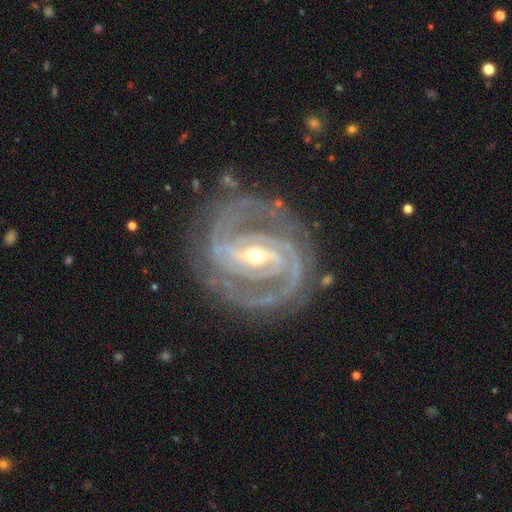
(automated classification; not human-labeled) smooth-or-featured: featured or disk: 93% | star or artifact: 5% | smooth: 3%
  disk-edge-on: no: 97% | yes: 3%
    bar: strong: 62% | weak: 29% | no: 9%
    has-spiral-arms: yes: 98% | no: 2%
      spiral-winding: tight: 65% | medium: 32% | loose: 4%
      spiral-arm-count: 2: 65% | 3: 18% | can't tell: 6% | 4: 5% | more than 4: 3% | 1: 3%
    bulge-size: small: 50% | moderate: 46% | large: 2% | none: 1% | dominant: 1%
  merging: none: 79% | minor disturbance: 14% | major disturbance: 6% | merger: 1%